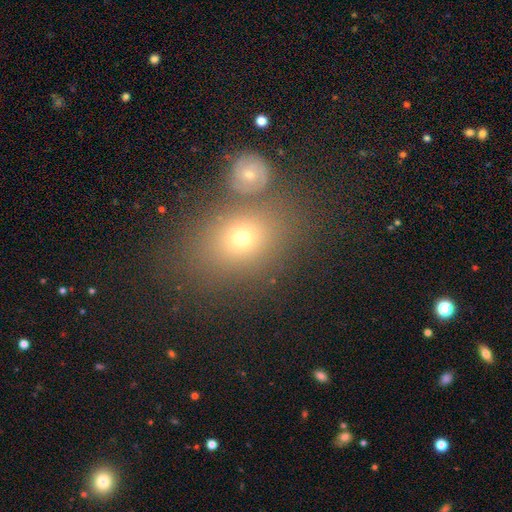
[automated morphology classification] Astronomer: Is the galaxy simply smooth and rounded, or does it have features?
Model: smooth — 61%.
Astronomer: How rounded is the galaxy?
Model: in between — 50% (runner-up: round, 48%).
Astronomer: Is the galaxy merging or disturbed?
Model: none — 66%.